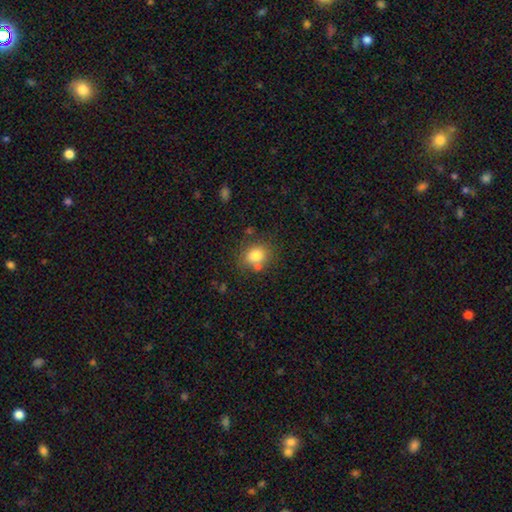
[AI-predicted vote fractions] Smooth or featured?
  - smooth: 80% *
  - star or artifact: 11%
  - featured or disk: 9%
How rounded?
  - round: 58% *
  - in between: 41%
  - cigar-shaped: 1%
Merging?
  - none: 68% *
  - minor disturbance: 14%
  - merger: 13%
  - major disturbance: 5%